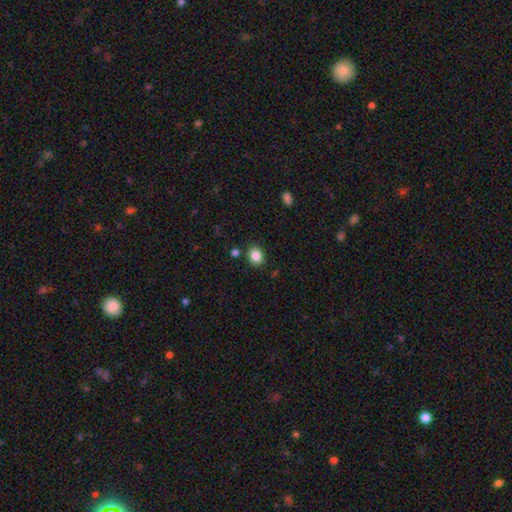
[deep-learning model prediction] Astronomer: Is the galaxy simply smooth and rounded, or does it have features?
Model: smooth — 85%.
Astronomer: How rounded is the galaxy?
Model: round — 58% (runner-up: in between, 41%).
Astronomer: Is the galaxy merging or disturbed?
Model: none — 85%.